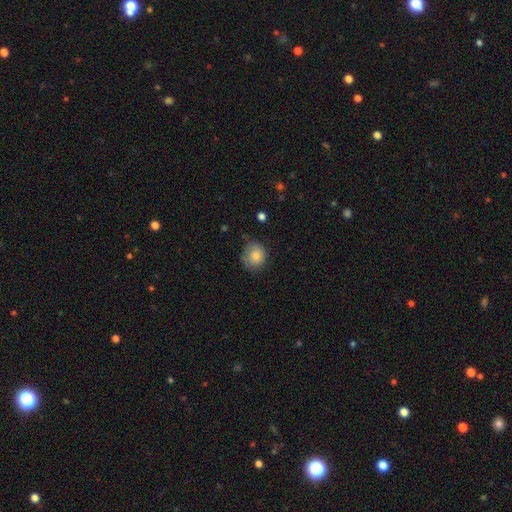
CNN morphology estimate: Q: Smooth or featured?
A: smooth (76%); runner-up: featured or disk (15%)
Q: How rounded?
A: round (74%); runner-up: in between (25%)
Q: Merging?
A: none (64%); runner-up: minor disturbance (28%)